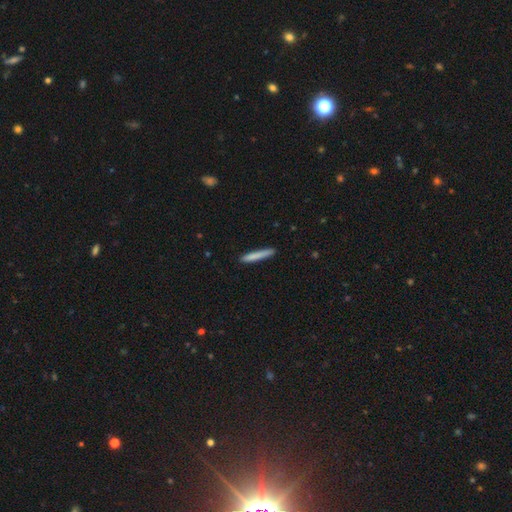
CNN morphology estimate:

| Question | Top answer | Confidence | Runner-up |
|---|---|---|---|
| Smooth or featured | smooth | 81% | featured or disk (13%) |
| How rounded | cigar-shaped | 96% | in between (3%) |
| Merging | none | 89% | minor disturbance (8%) |